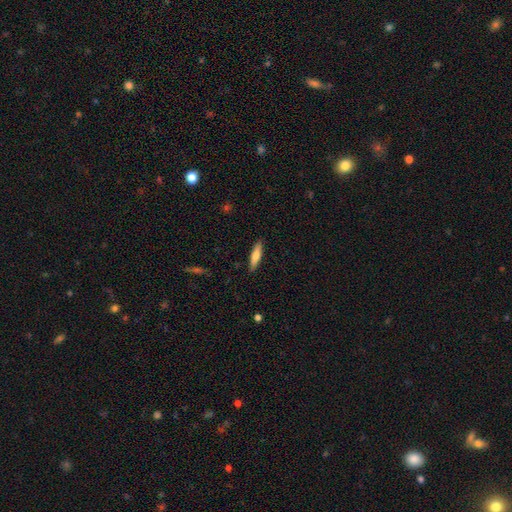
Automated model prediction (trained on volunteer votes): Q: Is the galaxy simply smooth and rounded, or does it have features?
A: smooth — 74%.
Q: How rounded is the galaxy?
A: cigar-shaped — 80%.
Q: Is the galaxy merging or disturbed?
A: none — 89%.